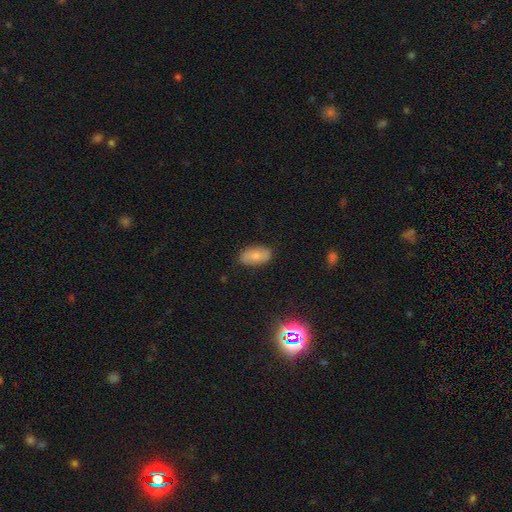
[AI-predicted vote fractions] Smooth or featured?
  - smooth: 72% *
  - featured or disk: 20%
  - star or artifact: 8%
How rounded?
  - in between: 92% *
  - round: 4%
  - cigar-shaped: 4%
Merging?
  - none: 83% *
  - minor disturbance: 13%
  - major disturbance: 3%
  - merger: 1%